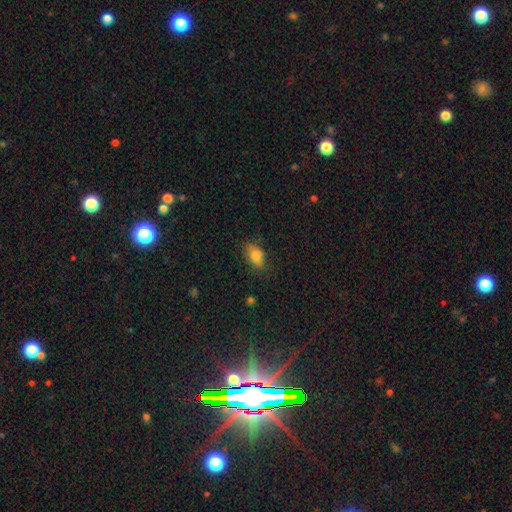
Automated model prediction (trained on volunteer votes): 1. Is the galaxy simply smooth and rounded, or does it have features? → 81% smooth, 10% featured or disk, 9% star or artifact.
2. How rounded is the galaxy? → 85% in between, 13% round, 3% cigar-shaped.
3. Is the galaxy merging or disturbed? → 70% none, 22% minor disturbance, 6% major disturbance, 1% merger.